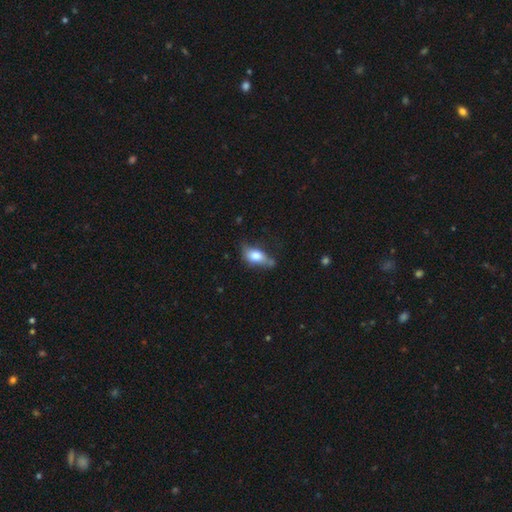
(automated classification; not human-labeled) Smooth or featured? Predicted: smooth (p=0.70). How rounded? Predicted: in between (p=0.82). Merging? Predicted: none (p=0.47).